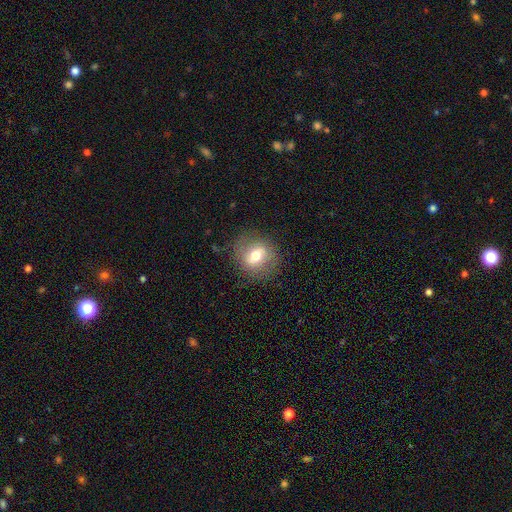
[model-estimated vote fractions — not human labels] This is possibly a smooth galaxy (57%). How rounded: likely round (78%). Merging: clearly none (81%).